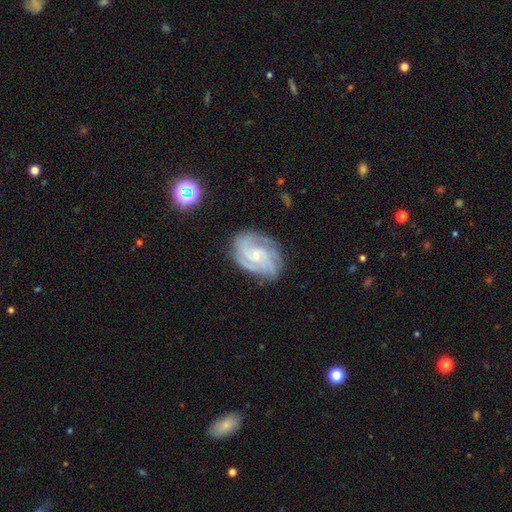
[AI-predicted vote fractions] Morphology: type=featured or disk (86%); edge-on=no (98%); bar=no (58%); spiral arms=yes (97%); winding=tight (58%); arm count=3 (39%); bulge=small (68%); merging=none (73%).